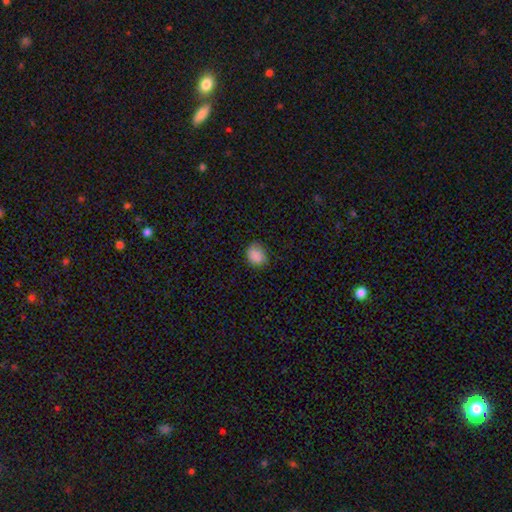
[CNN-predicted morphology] A smooth galaxy with no disk features (87%) that is round (53%). Merging: none (76%).